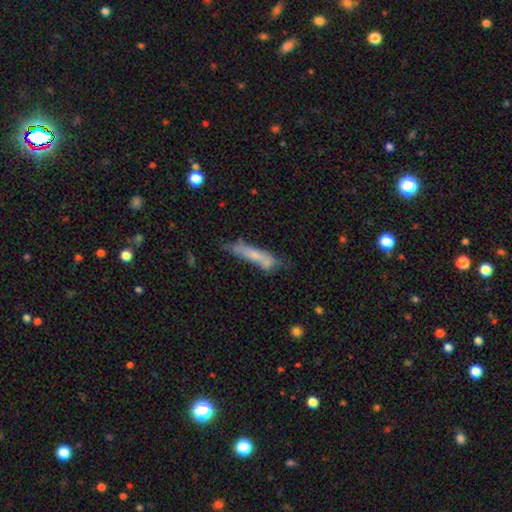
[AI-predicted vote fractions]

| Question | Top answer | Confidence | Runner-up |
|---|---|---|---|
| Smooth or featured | smooth | 58% | featured or disk (33%) |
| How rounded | cigar-shaped | 84% | in between (14%) |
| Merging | none | 47% | minor disturbance (25%) |